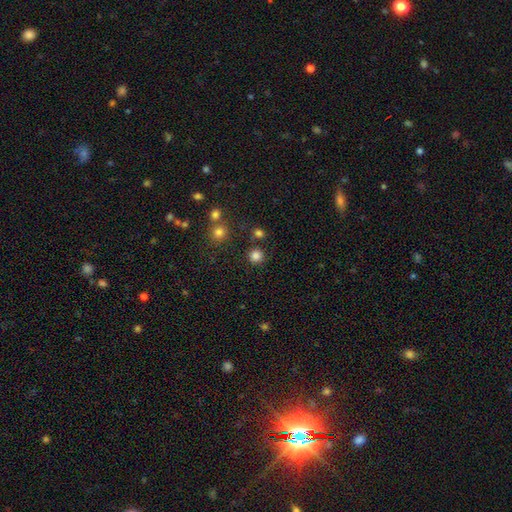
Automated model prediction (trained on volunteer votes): A smooth galaxy with no disk features (82%) that is round (93%).

Vote fractions:
- Smooth or featured? smooth: 82% / star or artifact: 14% / featured or disk: 4%
- How rounded? round: 93% / in between: 6% / cigar-shaped: 1%
- Merging? none: 84% / minor disturbance: 7% / merger: 6% / major disturbance: 3%